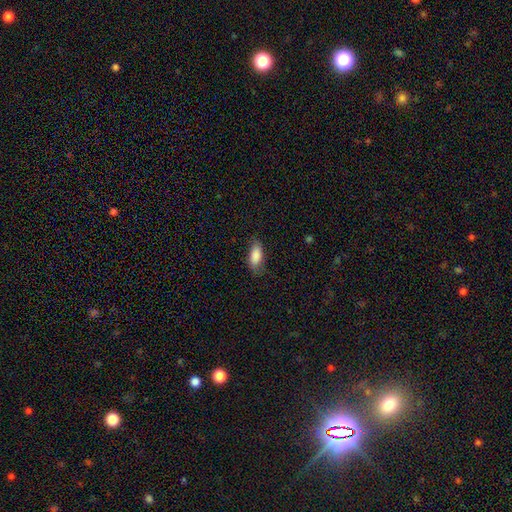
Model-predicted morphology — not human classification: smooth 87%, star or artifact 7%, featured or disk 6%. Down the decision tree: how rounded — in between (86%); merging — none (72%).